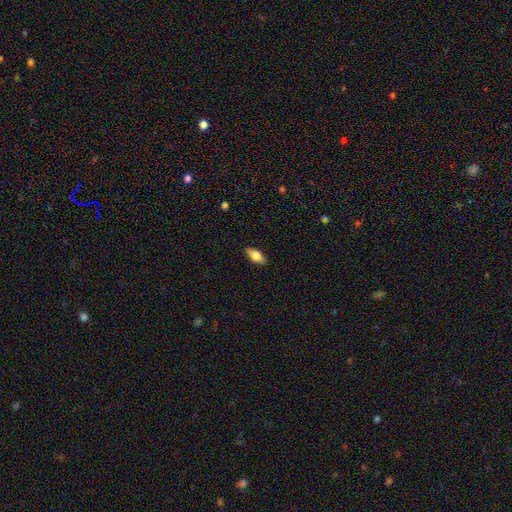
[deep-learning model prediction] Morphology: type=smooth (73%); roundness=in between (84%); merging=none (87%).